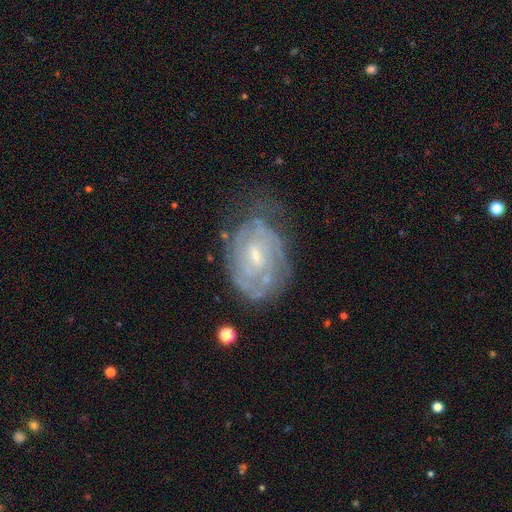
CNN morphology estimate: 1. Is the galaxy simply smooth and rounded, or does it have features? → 81% featured or disk, 13% smooth, 7% star or artifact.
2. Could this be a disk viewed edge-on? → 97% no, 3% yes.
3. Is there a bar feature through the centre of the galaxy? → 47% weak, 44% no, 9% strong.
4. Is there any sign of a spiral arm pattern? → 88% yes, 12% no.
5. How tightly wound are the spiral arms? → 67% tight, 27% medium, 6% loose.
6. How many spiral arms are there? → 49% can't tell, 23% 2, 13% 3, 8% 4, 4% 1, 4% more than 4.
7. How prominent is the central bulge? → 66% small, 29% moderate, 3% none, 1% large, 1% dominant.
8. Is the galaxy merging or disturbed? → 57% none, 27% minor disturbance, 14% major disturbance, 2% merger.